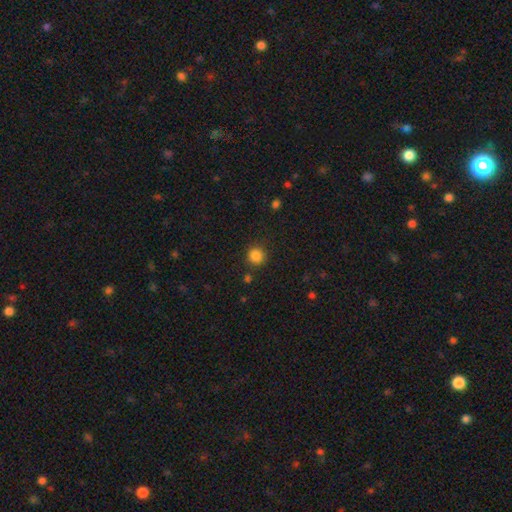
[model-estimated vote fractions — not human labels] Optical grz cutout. It shows a smooth galaxy with no disk features (85%) that is round (92%). Merging: none (87%).